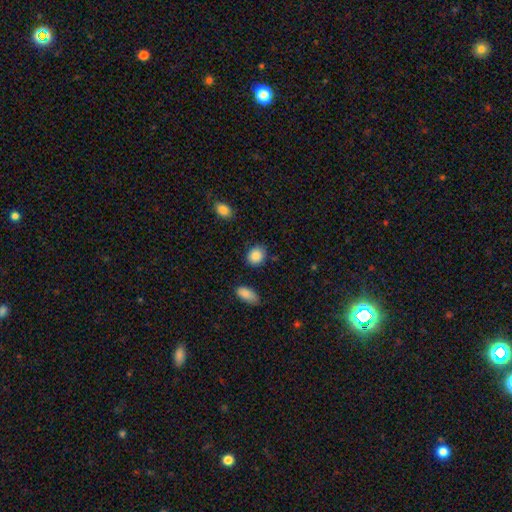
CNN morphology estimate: Smooth or featured?
  - smooth: 89% *
  - star or artifact: 8%
  - featured or disk: 4%
How rounded?
  - round: 61% *
  - in between: 38%
  - cigar-shaped: 1%
Merging?
  - none: 84% *
  - minor disturbance: 11%
  - major disturbance: 3%
  - merger: 3%